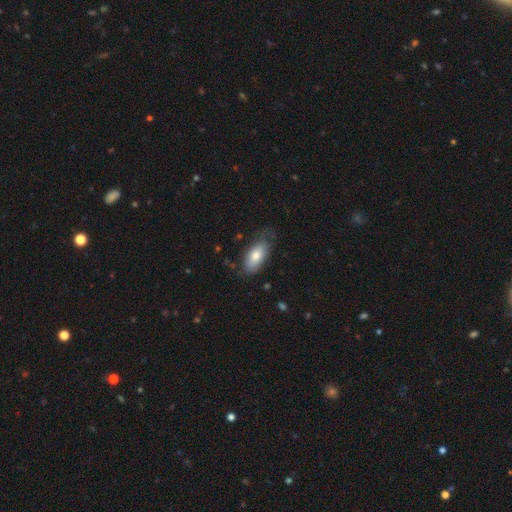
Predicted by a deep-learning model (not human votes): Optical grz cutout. It shows a smooth galaxy with no disk features (75%) that is in between round and cigar-shaped (88%). Merging: none (59%).